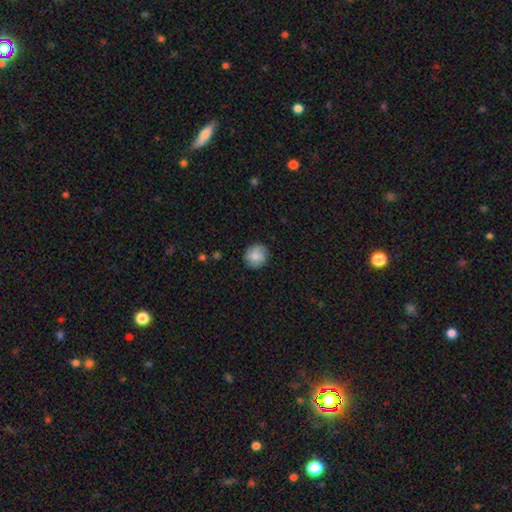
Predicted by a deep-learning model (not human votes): smooth_or_featured: smooth (p=0.81) [alt: featured or disk p=0.11]
how_rounded: round (p=0.86) [alt: in between p=0.14]
merging: none (p=0.85) [alt: minor disturbance p=0.11]